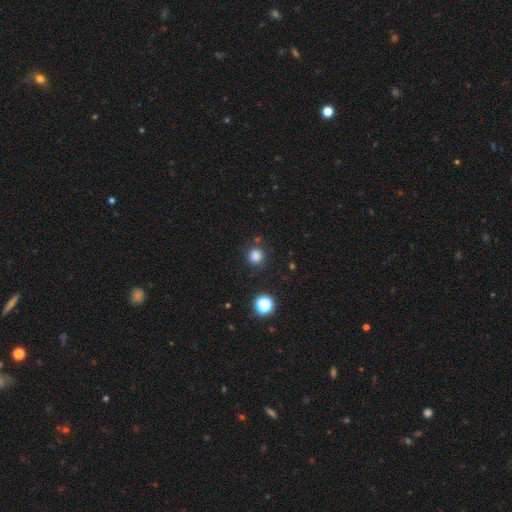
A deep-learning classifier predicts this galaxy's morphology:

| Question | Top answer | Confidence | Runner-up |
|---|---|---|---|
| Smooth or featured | smooth | 82% | star or artifact (15%) |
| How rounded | round | 93% | in between (6%) |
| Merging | none | 86% | minor disturbance (8%) |